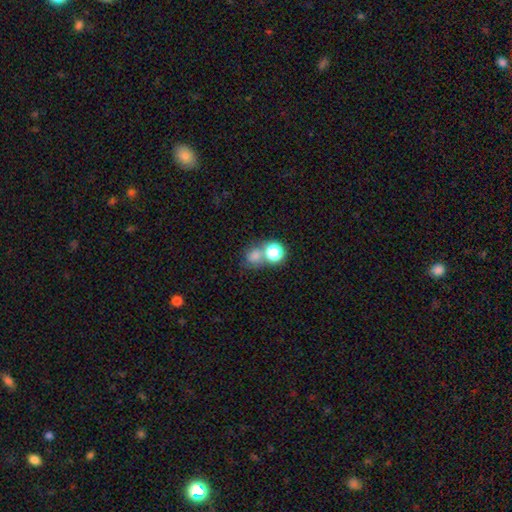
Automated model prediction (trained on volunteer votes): This appears to be a smooth galaxy with no disk features (71%) that is round (76%). Merging: none (44%).